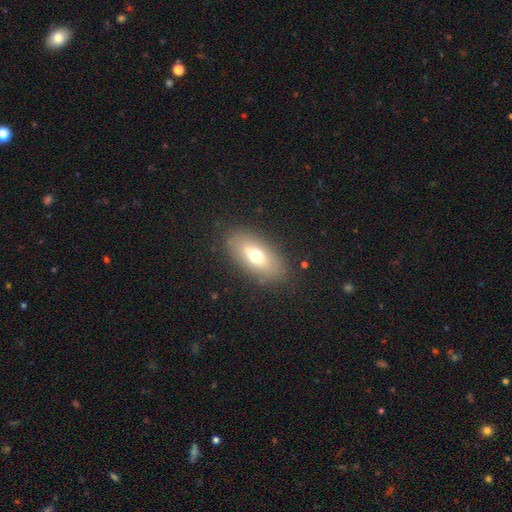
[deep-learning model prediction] Smooth or featured?
  - smooth: 67% *
  - featured or disk: 23%
  - star or artifact: 10%
How rounded?
  - in between: 87% *
  - round: 7%
  - cigar-shaped: 6%
Merging?
  - none: 84% *
  - minor disturbance: 10%
  - major disturbance: 4%
  - merger: 1%